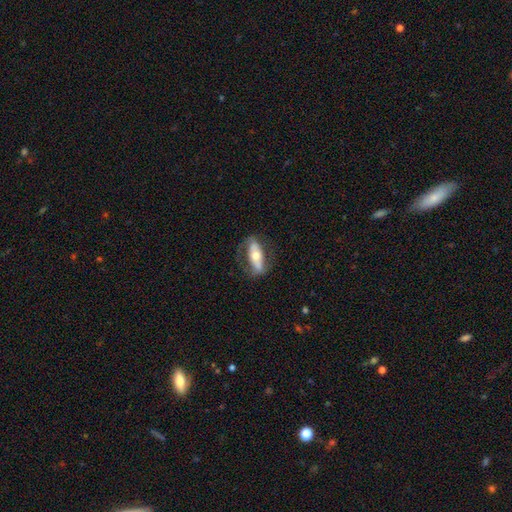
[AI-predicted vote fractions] Smooth or featured? featured or disk (54%)
Edge-on disk? no (64%)
Merging? none (66%)